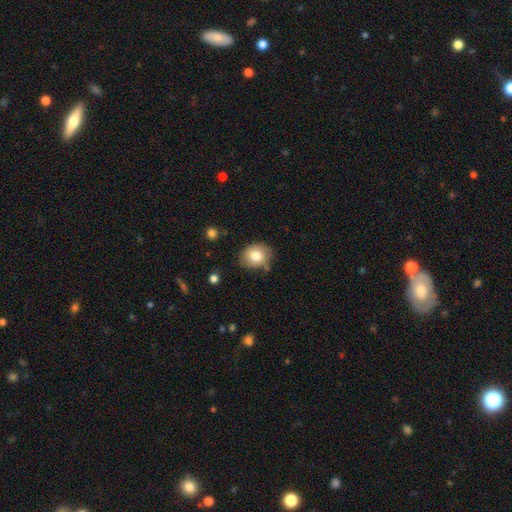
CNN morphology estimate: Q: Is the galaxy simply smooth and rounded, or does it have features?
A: smooth — 79%.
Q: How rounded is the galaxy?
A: round — 61%.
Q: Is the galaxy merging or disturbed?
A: none — 71%.